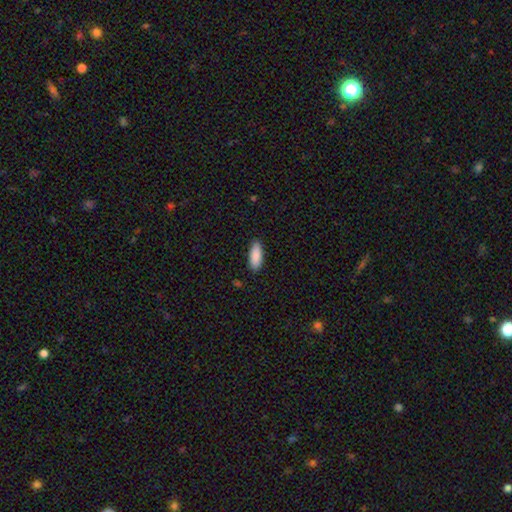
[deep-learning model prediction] Smooth or featured: smooth — 89% (star or artifact — 6%)
How rounded: in between — 76% (cigar-shaped — 22%)
Merging: none — 88% (minor disturbance — 9%)